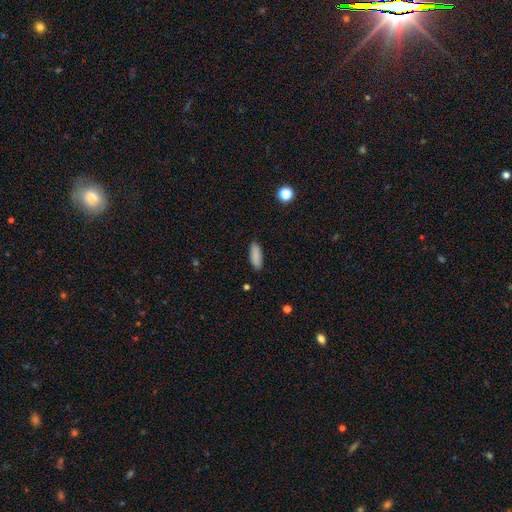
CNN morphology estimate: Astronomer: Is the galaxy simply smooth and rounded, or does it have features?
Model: smooth — 88%.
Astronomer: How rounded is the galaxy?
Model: in between — 64%.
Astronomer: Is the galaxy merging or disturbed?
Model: none — 87%.